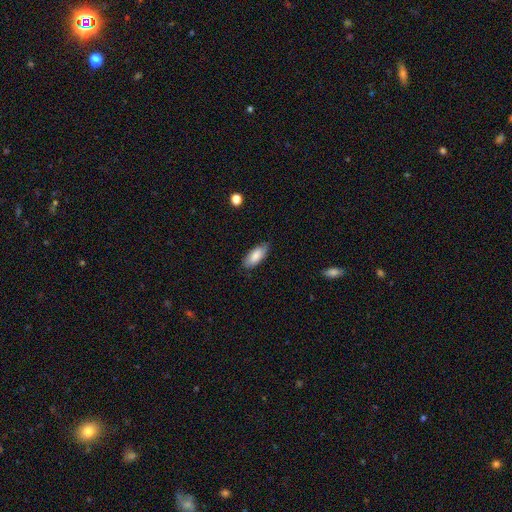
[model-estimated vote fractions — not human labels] smooth-or-featured: smooth: 84% | featured or disk: 10% | star or artifact: 6%
  how-rounded: in between: 84% | cigar-shaped: 14% | round: 2%
  merging: none: 81% | minor disturbance: 15% | major disturbance: 3% | merger: 1%